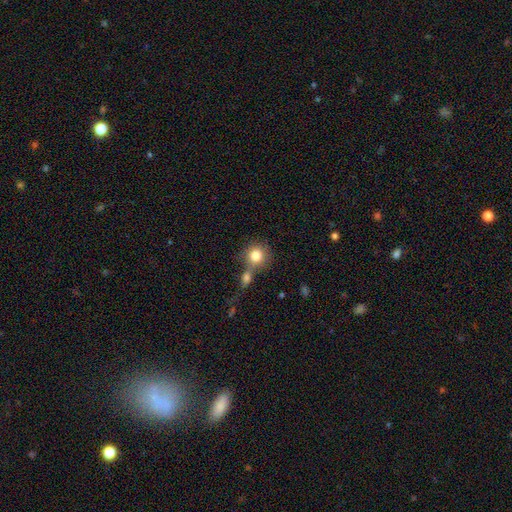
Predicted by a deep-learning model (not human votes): Overall: smooth (81%). How rounded: round (88%). Merging: none (48%; merger 36%).